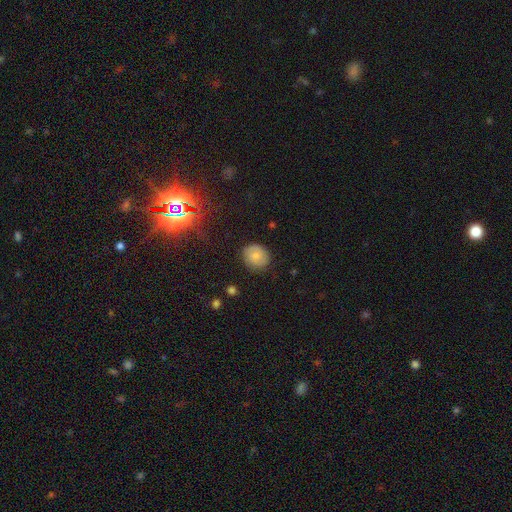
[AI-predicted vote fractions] This appears to be a smooth galaxy with no disk features (64%) that is round (76%). Merging: none (83%).